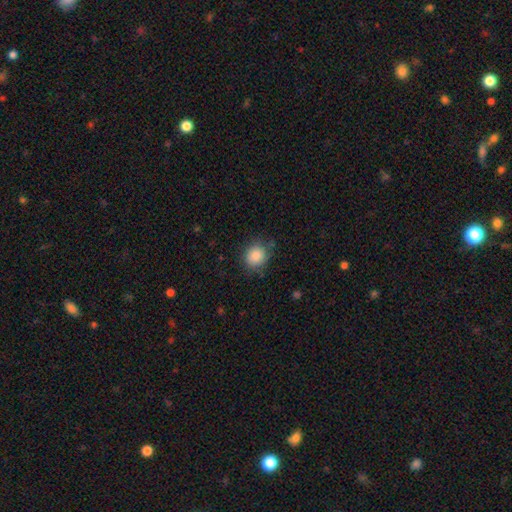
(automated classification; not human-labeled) Smooth or featured? smooth (87%)
How rounded? round (74%)
Merging? none (80%)